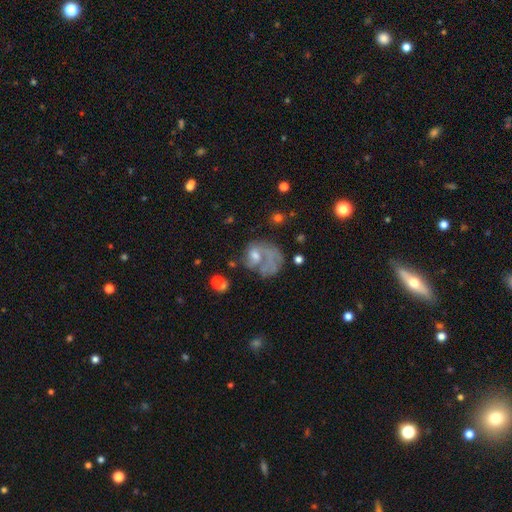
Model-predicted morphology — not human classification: Q: Smooth or featured?
A: featured or disk (52%); runner-up: smooth (34%)
Q: Edge-on disk?
A: no (98%); runner-up: yes (2%)
Q: Bar?
A: no (79%); runner-up: weak (17%)
Q: Spiral arms?
A: no (55%); runner-up: yes (45%)
Q: Bulge size?
A: moderate (34%); runner-up: none (32%)
Q: Merging?
A: major disturbance (42%); runner-up: none (28%)